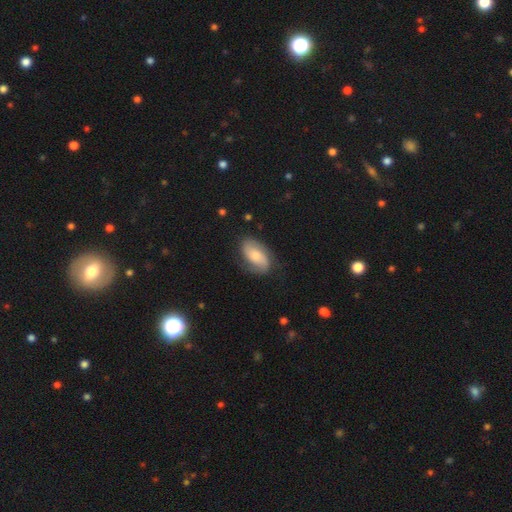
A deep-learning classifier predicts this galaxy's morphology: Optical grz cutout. It shows a featured or disk galaxy (53%) with no bar (60%), spiral arms (87%) and a moderate central bulge (49%). Merging: none (74%).